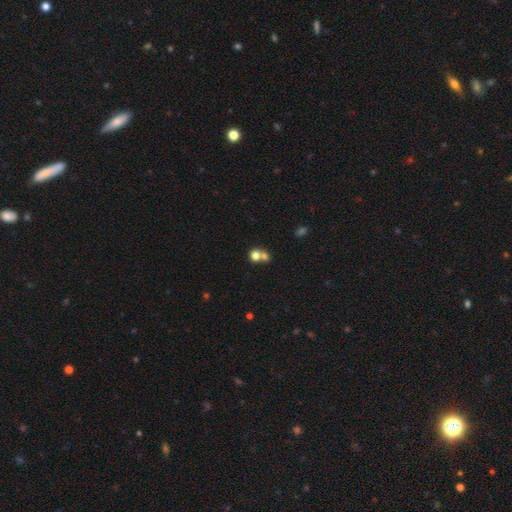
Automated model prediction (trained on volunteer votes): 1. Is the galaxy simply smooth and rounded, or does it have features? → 76% smooth, 12% featured or disk, 12% star or artifact.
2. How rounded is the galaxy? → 80% round, 19% in between, 1% cigar-shaped.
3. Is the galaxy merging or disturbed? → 55% merger, 36% none, 6% minor disturbance, 3% major disturbance.